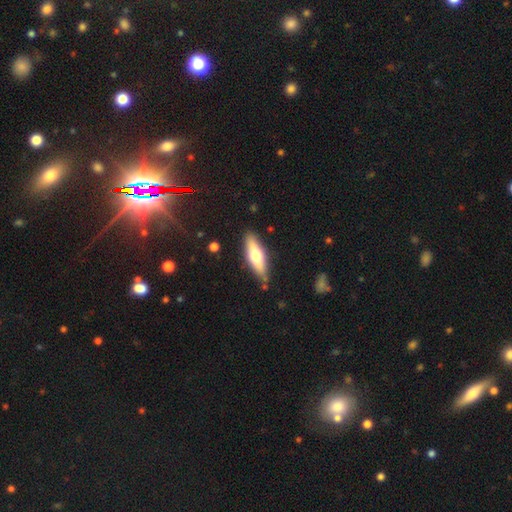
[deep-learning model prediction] A smooth galaxy with no disk features (52%) that is cigar-shaped (55%). Merging: none (85%).